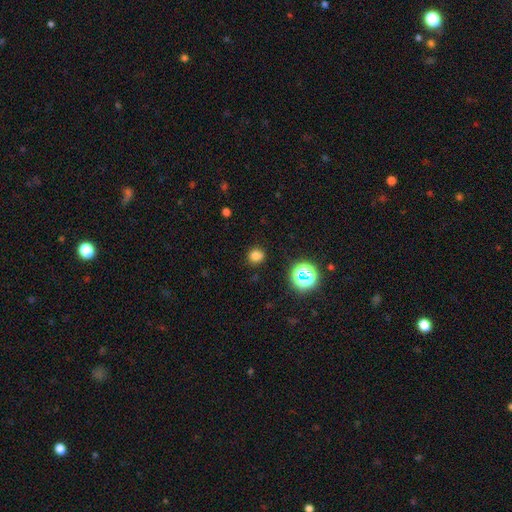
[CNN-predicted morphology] This appears to be a smooth galaxy with no disk features (77%) that is round (80%). Merging: none (86%).